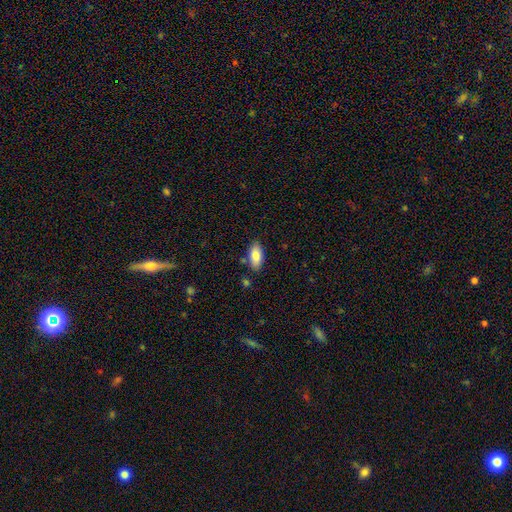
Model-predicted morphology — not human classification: smooth 82%, featured or disk 11%, star or artifact 7%. Down the decision tree: how rounded — in between (90%); merging — none (82%).